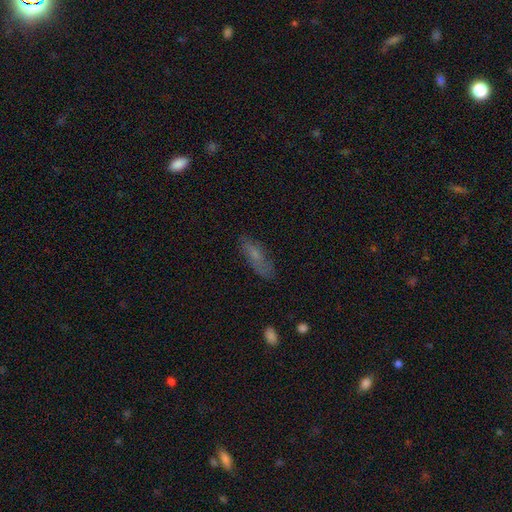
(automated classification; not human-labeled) smooth-or-featured: smooth: 60% | featured or disk: 29% | star or artifact: 11%
  how-rounded: in between: 51% | cigar-shaped: 46% | round: 3%
  merging: none: 73% | minor disturbance: 19% | major disturbance: 6% | merger: 2%